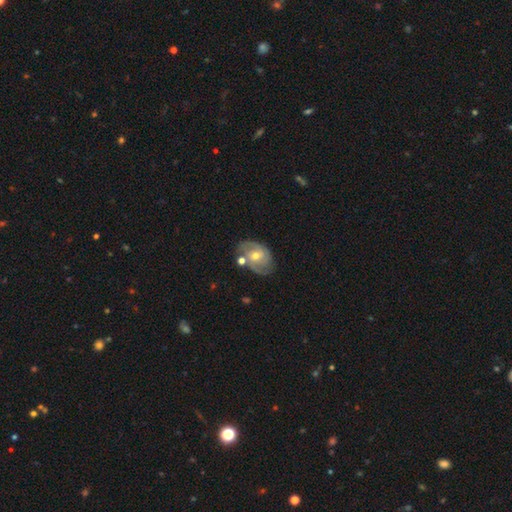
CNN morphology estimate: Smooth or featured? Predicted: featured or disk (p=0.73). Edge-on disk? Predicted: no (p=0.96). Bar? Predicted: no (p=0.57). Spiral arms? Predicted: yes (p=0.90). Spiral winding? Predicted: medium (p=0.44). Spiral arm count? Predicted: 2 (p=0.56). Bulge size? Predicted: moderate (p=0.59). Merging? Predicted: none (p=0.61).